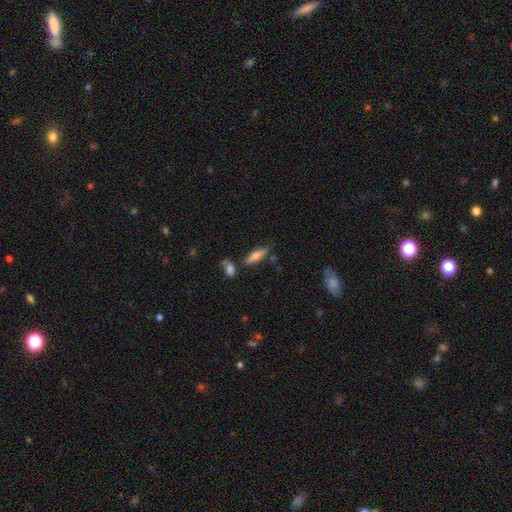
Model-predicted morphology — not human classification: Smooth or featured?
  - smooth: 64% *
  - featured or disk: 29%
  - star or artifact: 7%
How rounded?
  - cigar-shaped: 58% *
  - in between: 40%
  - round: 2%
Merging?
  - none: 72% *
  - minor disturbance: 15%
  - merger: 9%
  - major disturbance: 4%